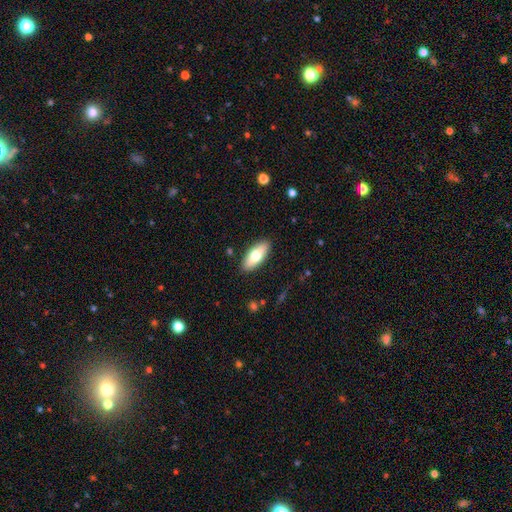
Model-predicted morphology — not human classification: type=smooth (70%); roundness=in between (81%); merging=none (88%).